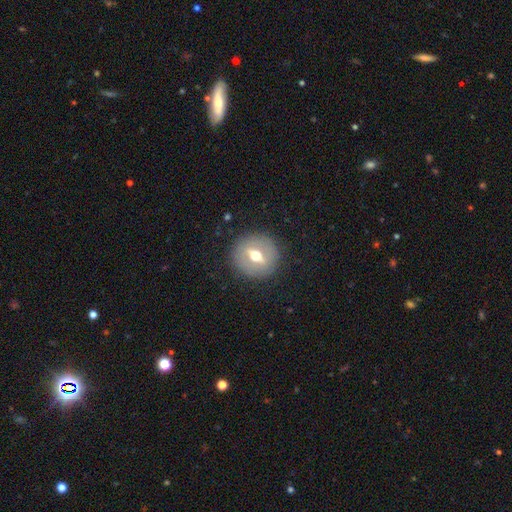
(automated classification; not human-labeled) Smooth or featured? featured or disk (53%)
Edge-on disk? no (76%)
Merging? none (87%)